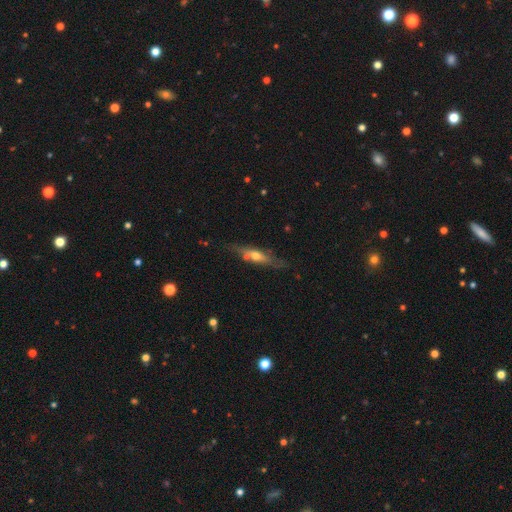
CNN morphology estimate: The model was most divided on "smooth or featured": featured or disk: 61%, smooth: 33%, star or artifact: 6%. More confident: edge-on disk — yes (81%); merging — none (69%).